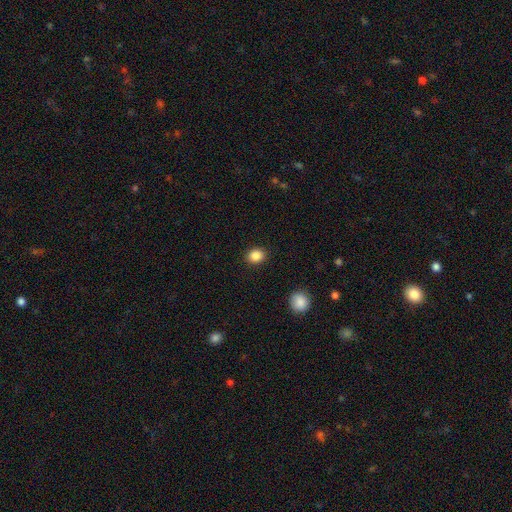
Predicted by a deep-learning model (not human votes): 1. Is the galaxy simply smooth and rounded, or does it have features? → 87% smooth, 10% star or artifact, 4% featured or disk.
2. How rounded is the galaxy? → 59% round, 41% in between, 1% cigar-shaped.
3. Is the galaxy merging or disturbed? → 90% none, 7% minor disturbance, 2% major disturbance, 1% merger.